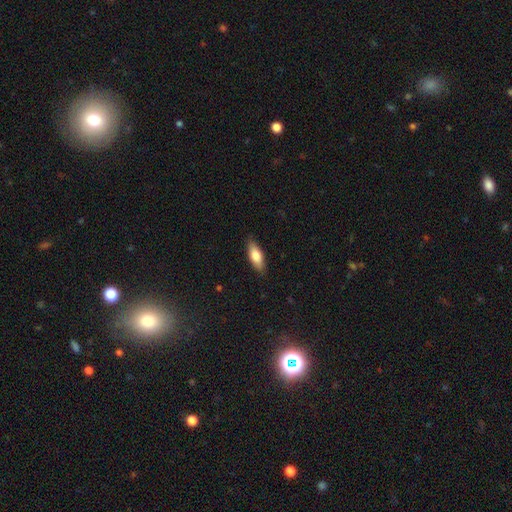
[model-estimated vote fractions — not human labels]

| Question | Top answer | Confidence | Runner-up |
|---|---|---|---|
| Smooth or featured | smooth | 77% | featured or disk (17%) |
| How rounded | in between | 70% | cigar-shaped (28%) |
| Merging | none | 86% | minor disturbance (11%) |